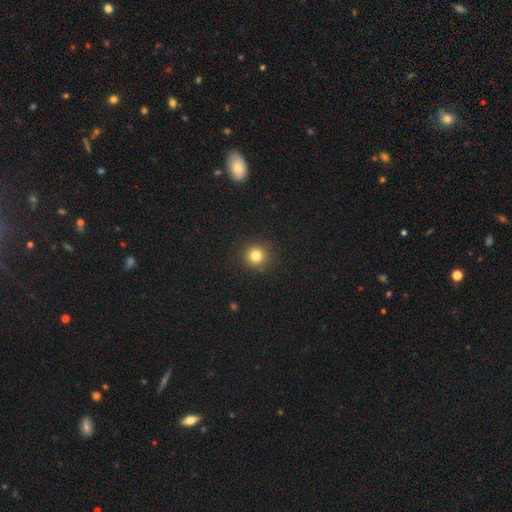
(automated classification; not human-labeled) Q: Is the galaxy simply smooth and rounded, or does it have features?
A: smooth — 81%.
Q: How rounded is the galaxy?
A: round — 94%.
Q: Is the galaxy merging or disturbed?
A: none — 92%.